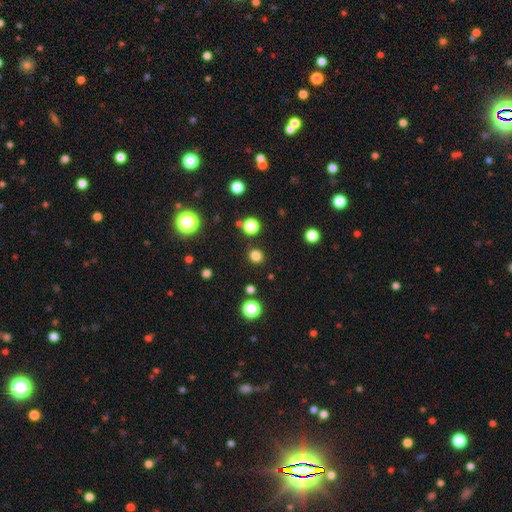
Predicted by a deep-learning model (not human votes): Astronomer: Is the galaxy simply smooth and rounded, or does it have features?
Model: smooth — 80%.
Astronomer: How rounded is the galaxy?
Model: round — 86%.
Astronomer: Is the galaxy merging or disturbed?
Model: none — 89%.